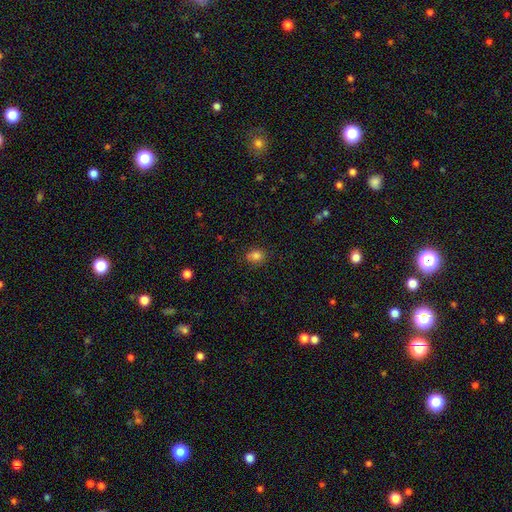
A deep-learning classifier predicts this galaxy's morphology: Smooth or featured? Predicted: smooth (p=0.82). How rounded? Predicted: round (p=0.58). Merging? Predicted: none (p=0.79).